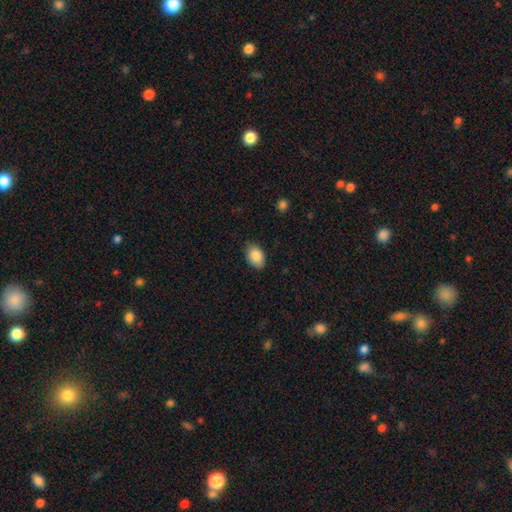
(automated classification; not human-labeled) This is clearly a smooth galaxy (88%). How rounded: clearly in between (88%). Merging: clearly none (83%).